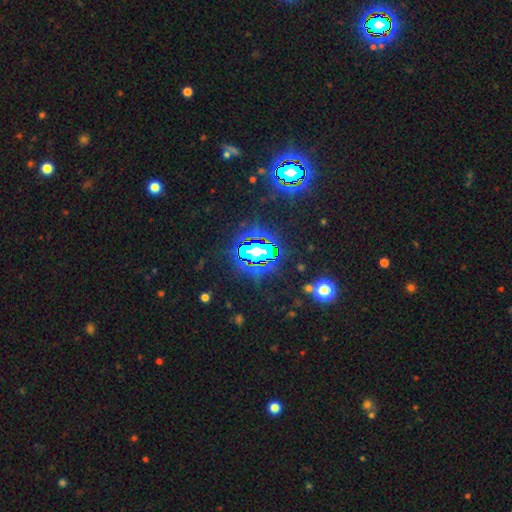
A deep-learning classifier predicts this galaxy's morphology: Q: Smooth or featured?
A: star or artifact (73%); runner-up: smooth (15%)